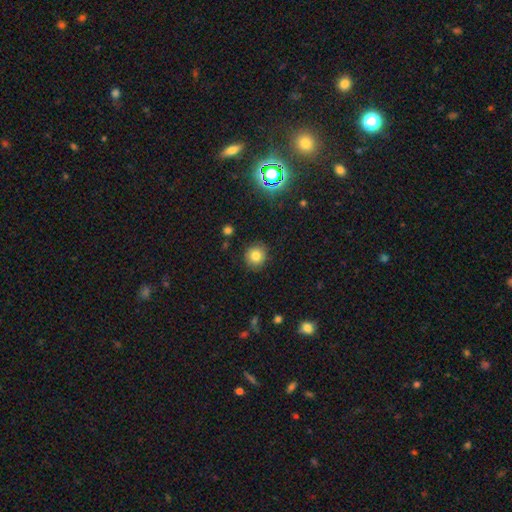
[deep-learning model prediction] Smooth or featured? smooth (79%)
How rounded? round (91%)
Merging? none (88%)